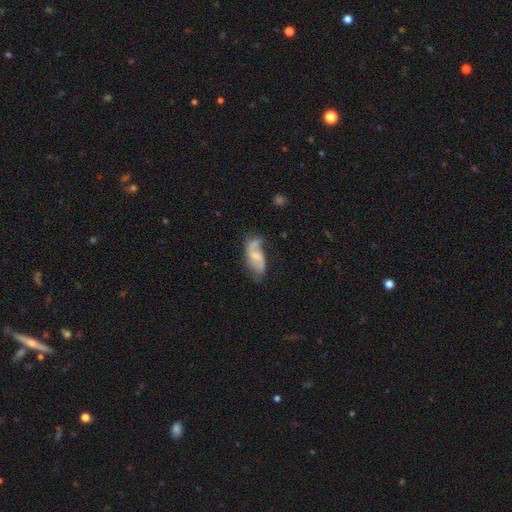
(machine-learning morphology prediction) featured or disk 68%, smooth 26%, star or artifact 7%. Down the decision tree: edge-on disk — no (95%); bar — no (45%); spiral arms — yes (88%); spiral arm count — 2 (84%); spiral winding — loose (58%); bulge size — small (44%); merging — none (49%).